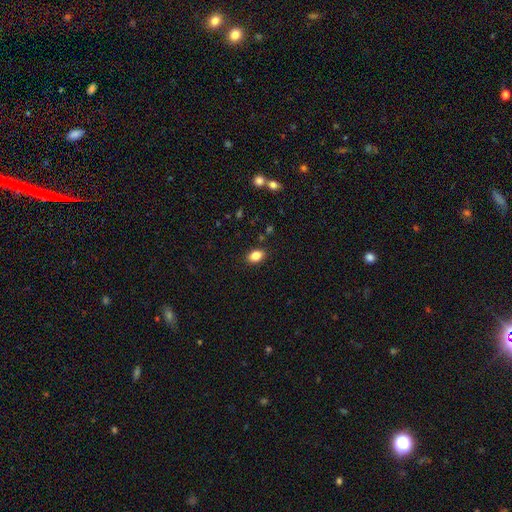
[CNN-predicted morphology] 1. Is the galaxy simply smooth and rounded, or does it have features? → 85% smooth, 9% star or artifact, 5% featured or disk.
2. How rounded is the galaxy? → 79% in between, 20% round, 1% cigar-shaped.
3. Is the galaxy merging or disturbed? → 87% none, 9% minor disturbance, 2% major disturbance, 2% merger.